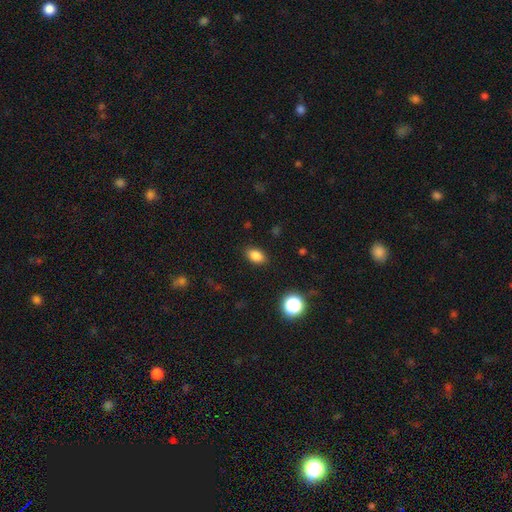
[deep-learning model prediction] Q: Smooth or featured?
A: smooth (84%); runner-up: star or artifact (11%)
Q: How rounded?
A: in between (83%); runner-up: round (15%)
Q: Merging?
A: none (87%); runner-up: minor disturbance (9%)